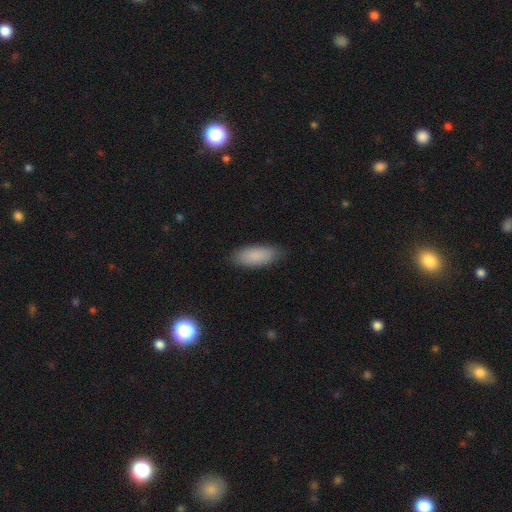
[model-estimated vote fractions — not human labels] Morphology: type=smooth (87%); roundness=in between (78%); merging=none (86%).